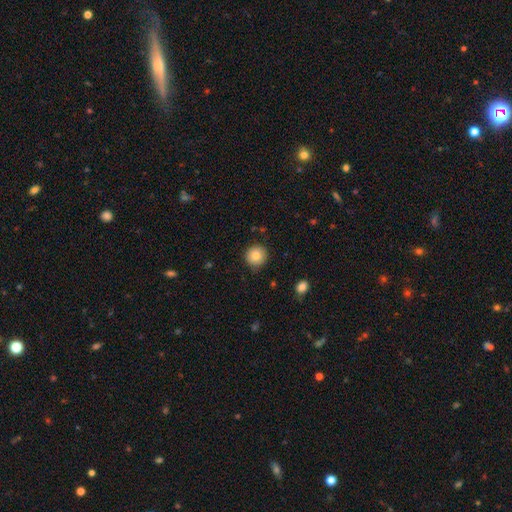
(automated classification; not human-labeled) Overall: smooth (85%). How rounded: round (94%). Merging: none (88%).